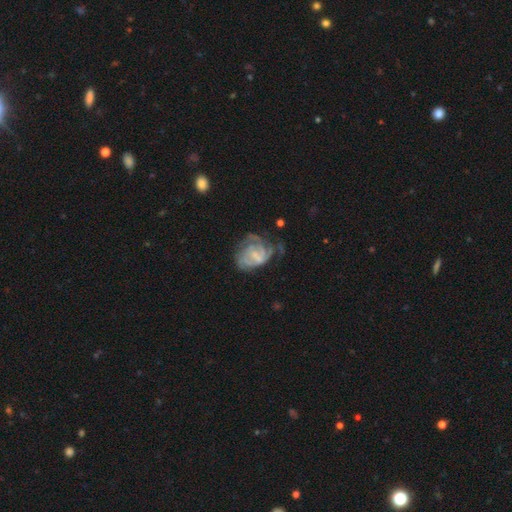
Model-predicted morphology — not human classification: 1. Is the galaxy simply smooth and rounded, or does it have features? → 71% featured or disk, 21% smooth, 8% star or artifact.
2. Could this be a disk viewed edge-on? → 98% no, 2% yes.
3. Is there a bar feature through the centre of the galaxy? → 44% weak (tied), 44% no (tied), 12% strong.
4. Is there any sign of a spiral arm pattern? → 76% yes, 24% no.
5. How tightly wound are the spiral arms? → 48% tight, 36% medium, 16% loose.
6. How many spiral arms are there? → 46% can't tell, 22% 2, 15% 3, 7% 1, 6% 4, 4% more than 4.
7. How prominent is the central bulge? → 41% small, 33% none, 21% moderate, 3% large, 1% dominant.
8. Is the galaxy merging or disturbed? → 38% major disturbance, 33% none, 25% minor disturbance, 4% merger.